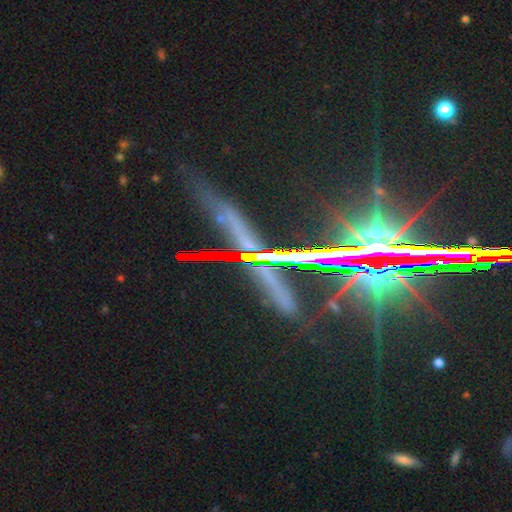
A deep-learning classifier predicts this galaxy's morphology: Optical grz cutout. It shows a star or artifact, not a galaxy (63%).